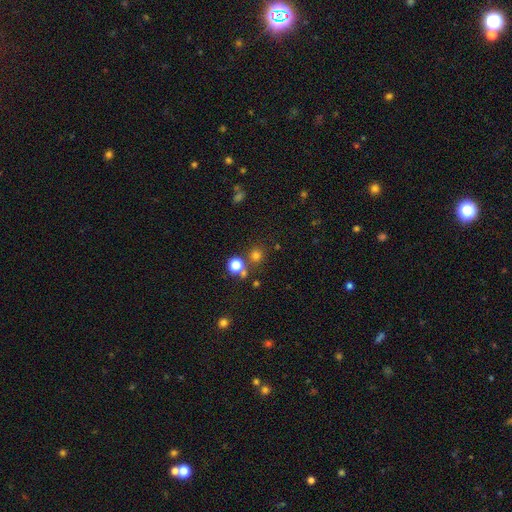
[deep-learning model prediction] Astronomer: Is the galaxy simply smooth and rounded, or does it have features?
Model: smooth — 68%.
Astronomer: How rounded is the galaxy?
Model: round — 91%.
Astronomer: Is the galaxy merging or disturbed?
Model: none — 76%.